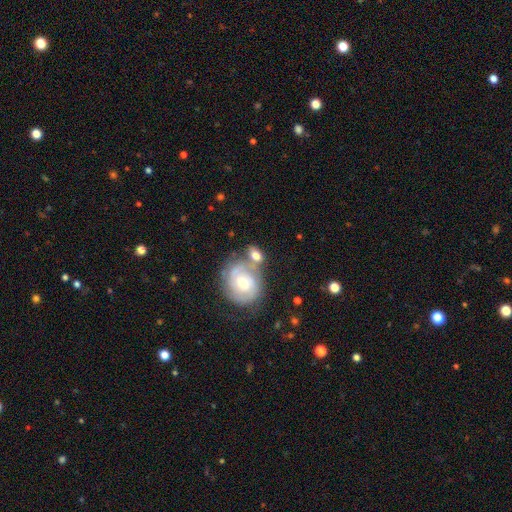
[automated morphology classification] A featured or disk galaxy (47%).

Vote fractions:
- Smooth or featured? featured or disk: 47% / smooth: 45% / star or artifact: 8%
- Merging? none: 42% / merger: 34% / minor disturbance: 16% / major disturbance: 8%